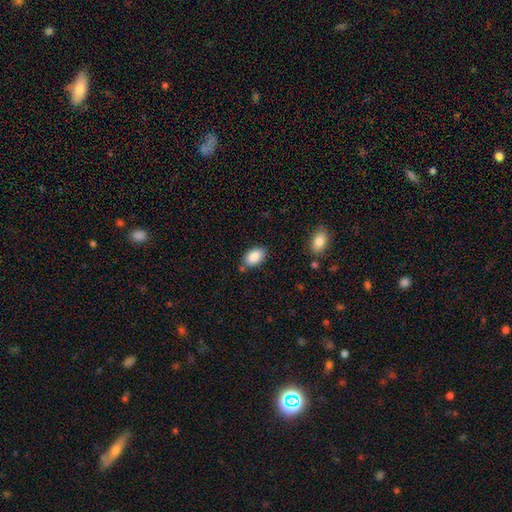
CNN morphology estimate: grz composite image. It shows a smooth galaxy with no disk features (88%) that is in between round and cigar-shaped (91%). Merging: none (74%).